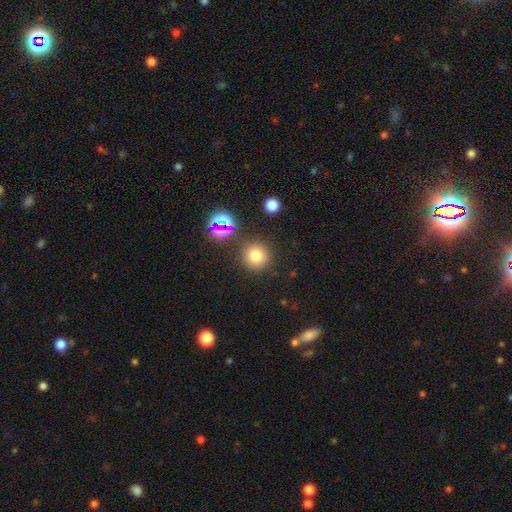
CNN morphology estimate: The model was most divided on "smooth or featured": smooth: 72%, star or artifact: 20%, featured or disk: 8%. More confident: how rounded — round (94%); merging — none (84%).